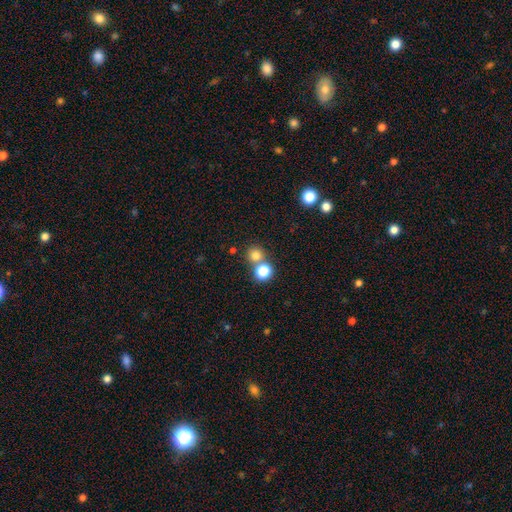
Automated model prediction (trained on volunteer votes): smooth_or_featured: smooth (p=0.76) [alt: star or artifact p=0.17]
how_rounded: round (p=0.91) [alt: in between p=0.09]
merging: none (p=0.63) [alt: merger p=0.29]